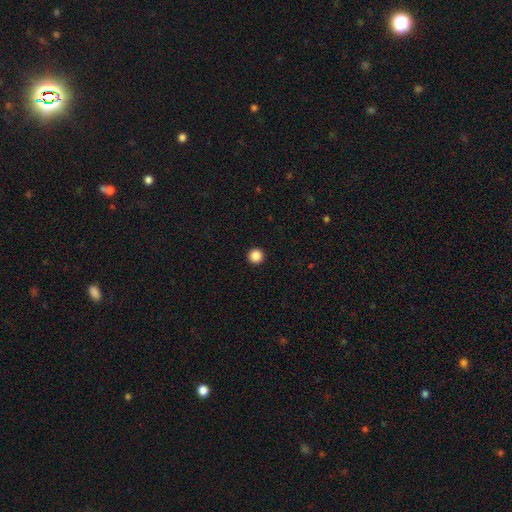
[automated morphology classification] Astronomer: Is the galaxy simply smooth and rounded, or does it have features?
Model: smooth — 87%.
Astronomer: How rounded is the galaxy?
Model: round — 97%.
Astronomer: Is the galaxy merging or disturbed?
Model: none — 94%.